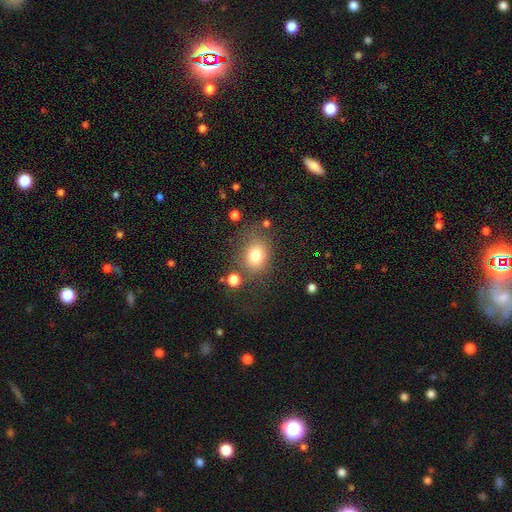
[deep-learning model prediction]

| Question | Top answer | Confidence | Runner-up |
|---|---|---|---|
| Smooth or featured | smooth | 78% | star or artifact (13%) |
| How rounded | round | 57% | in between (42%) |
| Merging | none | 69% | minor disturbance (16%) |